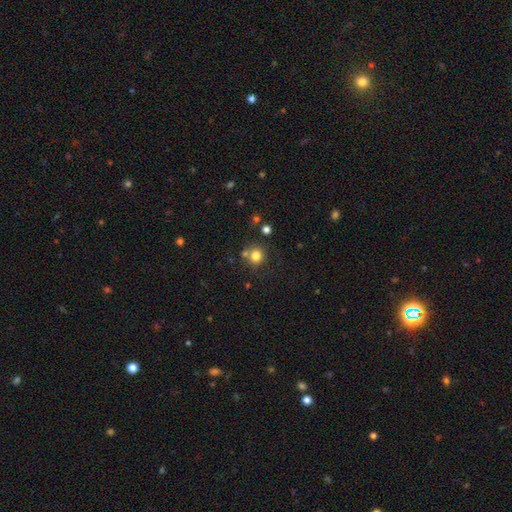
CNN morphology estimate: Smooth or featured? Predicted: smooth (p=0.80). How rounded? Predicted: round (p=0.91). Merging? Predicted: none (p=0.71).